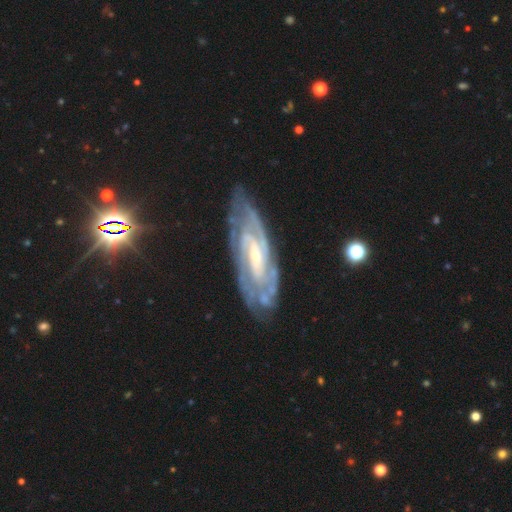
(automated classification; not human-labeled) Smooth or featured? Predicted: featured or disk (p=0.87). Edge-on disk? Predicted: no (p=0.89). Bar? Predicted: weak (p=0.43). Spiral arms? Predicted: yes (p=0.96). Spiral winding? Predicted: tight (p=0.68). Spiral arm count? Predicted: can't tell (p=0.32). Bulge size? Predicted: small (p=0.66). Merging? Predicted: none (p=0.74).